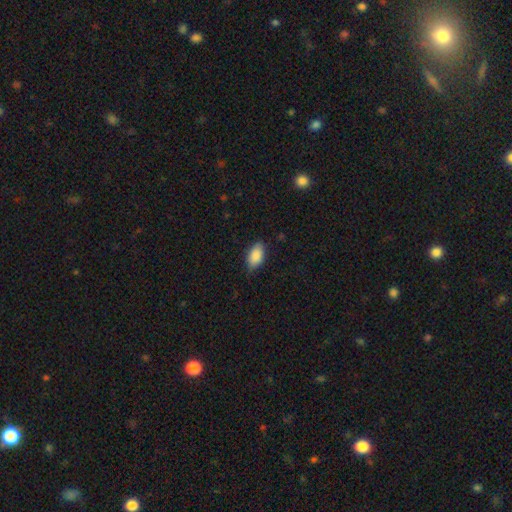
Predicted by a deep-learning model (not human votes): A smooth galaxy with no disk features (88%) that is in between round and cigar-shaped (93%). Merging: none (79%).